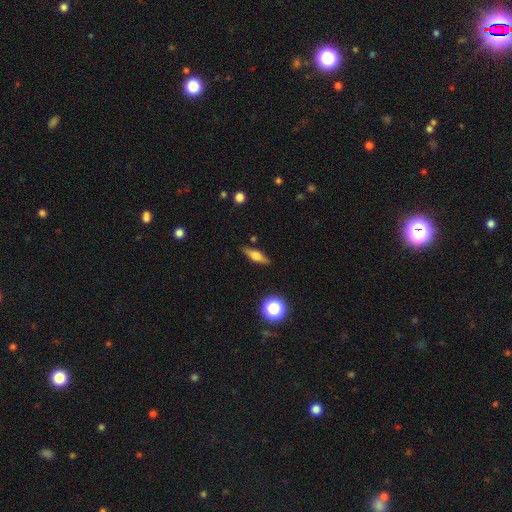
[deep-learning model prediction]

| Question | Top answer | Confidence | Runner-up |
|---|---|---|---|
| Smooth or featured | smooth | 52% | featured or disk (39%) |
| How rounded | cigar-shaped | 57% | in between (38%) |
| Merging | none | 87% | minor disturbance (9%) |